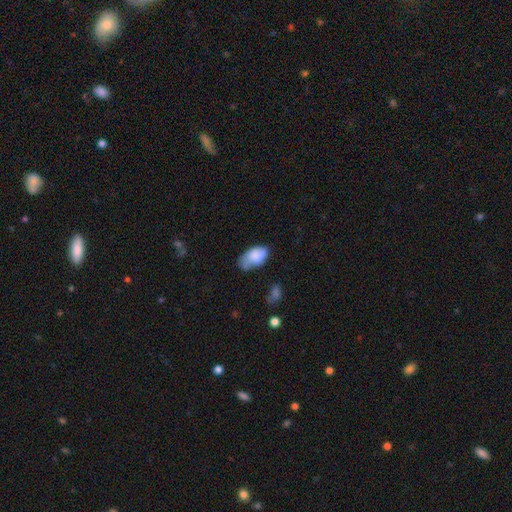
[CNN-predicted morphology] This is likely a smooth galaxy (77%). How rounded: clearly in between (93%). Merging: marginally none (41%).